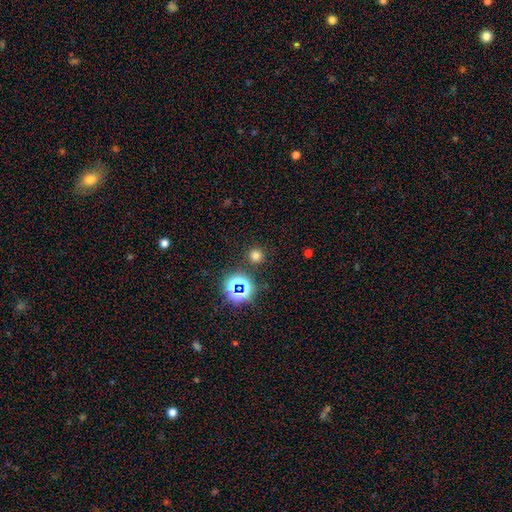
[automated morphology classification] smooth-or-featured: smooth: 68% | star or artifact: 26% | featured or disk: 6%
  how-rounded: round: 93% | in between: 6% | cigar-shaped: 1%
  merging: none: 87% | minor disturbance: 7% | major disturbance: 3% | merger: 3%